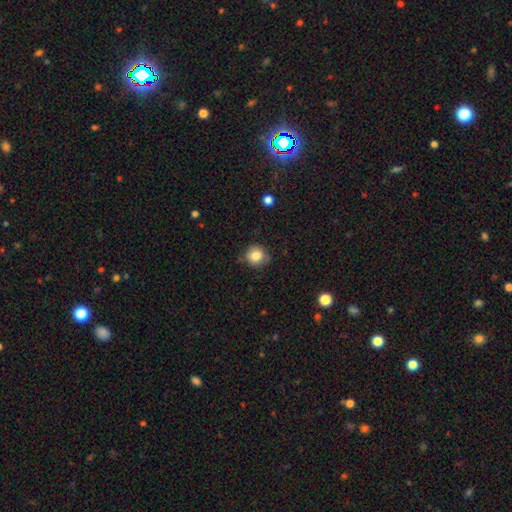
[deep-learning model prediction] A smooth galaxy with no disk features (83%) that is round (90%). Merging: none (79%).